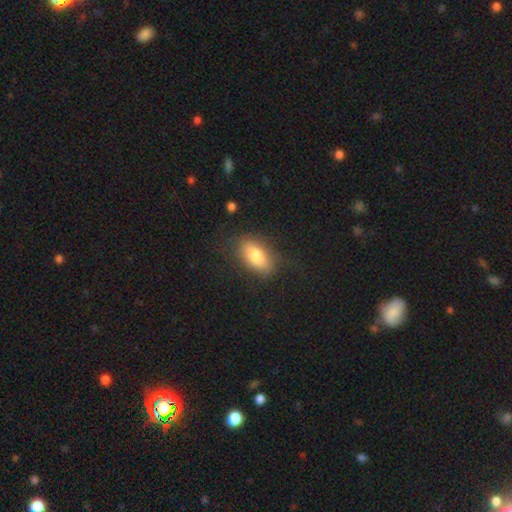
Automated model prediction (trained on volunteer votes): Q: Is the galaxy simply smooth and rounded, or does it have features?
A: smooth — 78%.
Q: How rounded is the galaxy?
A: in between — 89%.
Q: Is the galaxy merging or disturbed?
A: none — 78%.